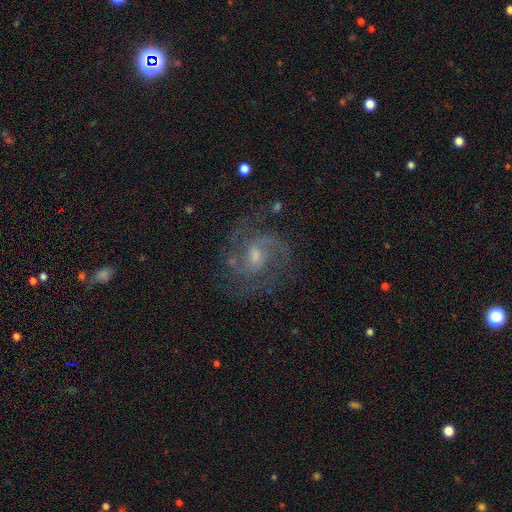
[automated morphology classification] Smooth or featured? Predicted: featured or disk (p=0.87). Edge-on disk? Predicted: no (p=0.98). Bar? Predicted: weak (p=0.49). Spiral arms? Predicted: yes (p=0.97). Spiral winding? Predicted: medium (p=0.57). Spiral arm count? Predicted: 2 (p=0.66). Bulge size? Predicted: small (p=0.47). Merging? Predicted: none (p=0.73).